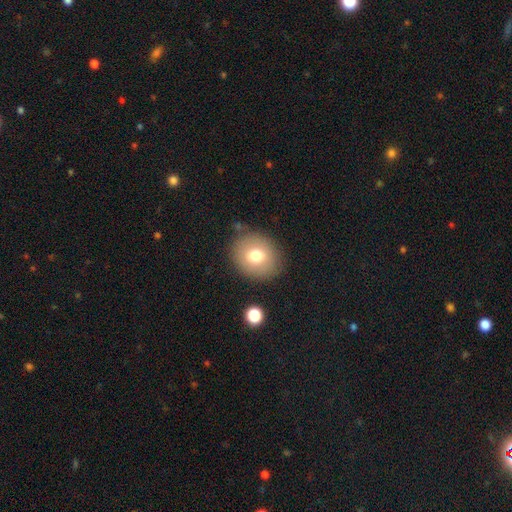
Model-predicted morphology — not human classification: Smooth or featured?
  - smooth: 73% *
  - featured or disk: 17%
  - star or artifact: 10%
How rounded?
  - round: 69% *
  - in between: 30%
  - cigar-shaped: 1%
Merging?
  - none: 83% *
  - minor disturbance: 11%
  - major disturbance: 4%
  - merger: 3%